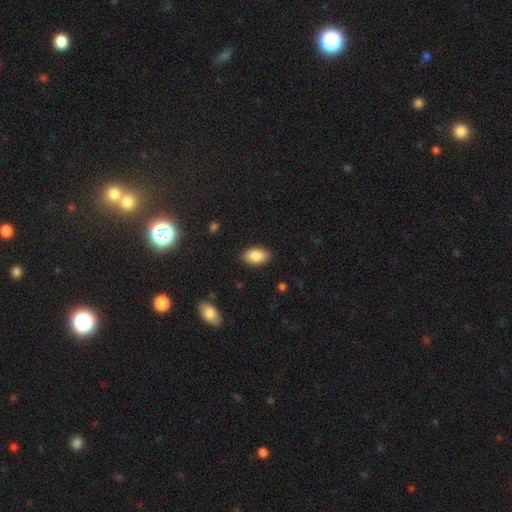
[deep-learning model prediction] Morphology: type=smooth (88%); roundness=in between (93%); merging=none (88%).